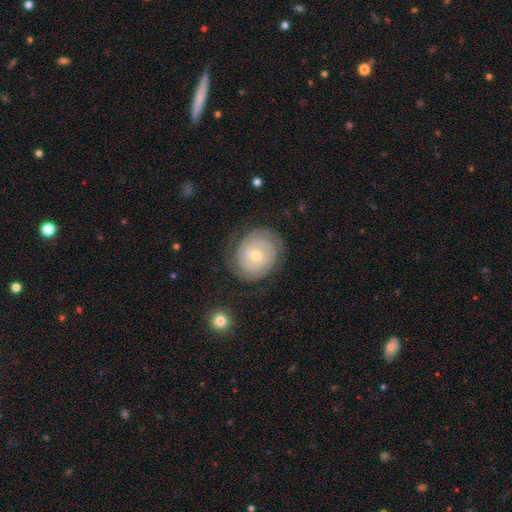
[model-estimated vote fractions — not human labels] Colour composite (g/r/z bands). It shows a featured or disk galaxy (84%) with no bar (76%), 2 (57%) tight (87%) spiral arms (95%) and a moderate central bulge (50%). Merging: none (81%).